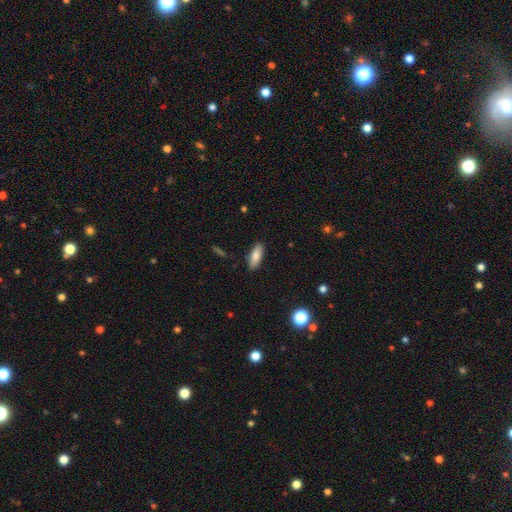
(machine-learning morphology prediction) Q: Smooth or featured?
A: smooth (82%); runner-up: featured or disk (11%)
Q: How rounded?
A: in between (71%); runner-up: cigar-shaped (27%)
Q: Merging?
A: none (87%); runner-up: minor disturbance (10%)